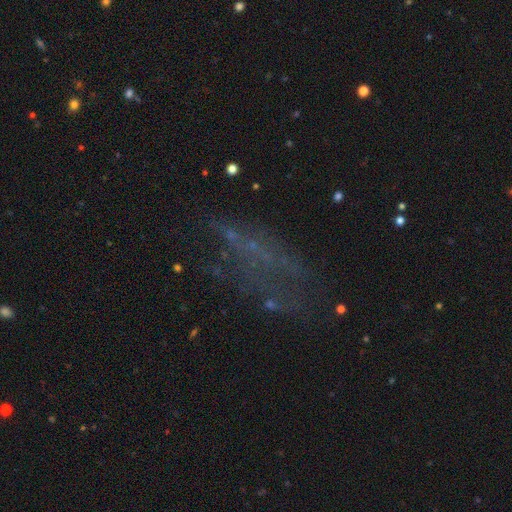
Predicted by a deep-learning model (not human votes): Smooth or featured?
  - star or artifact: 39% *
  - featured or disk: 34%
  - smooth: 27%